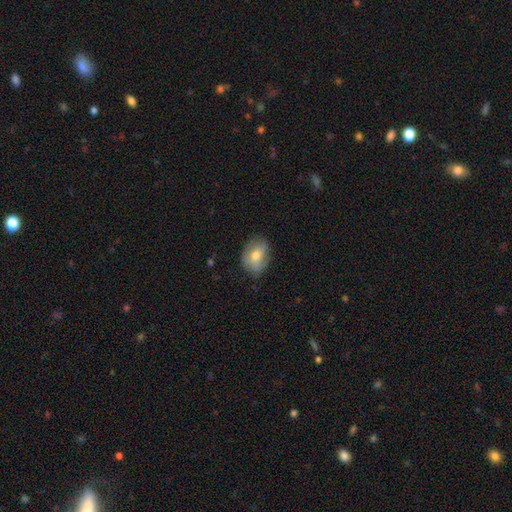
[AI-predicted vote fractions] Smooth or featured? Predicted: smooth (p=0.65). How rounded? Predicted: in between (p=0.71). Merging? Predicted: none (p=0.72).